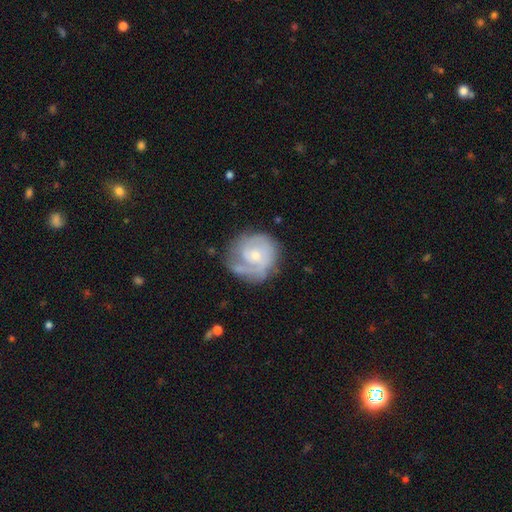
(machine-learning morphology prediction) Smooth or featured? featured or disk (72%)
Edge-on disk? no (98%)
Bar? no (68%)
Spiral arms? yes (88%)
Spiral winding? tight (53%)
Spiral arm count? 2 (37%)
Bulge size? small (59%)
Merging? none (60%)